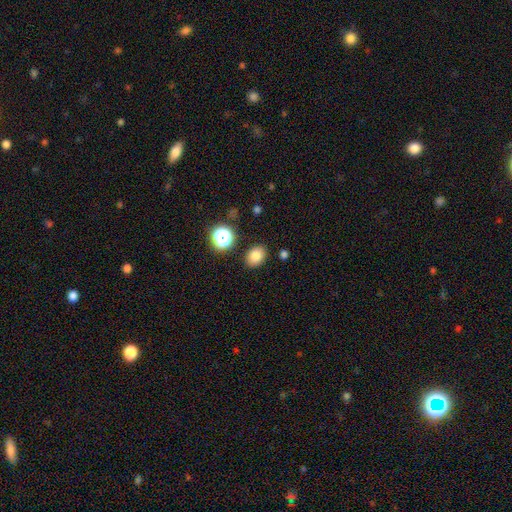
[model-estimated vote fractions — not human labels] Smooth or featured? smooth (80%)
How rounded? in between (68%)
Merging? none (86%)